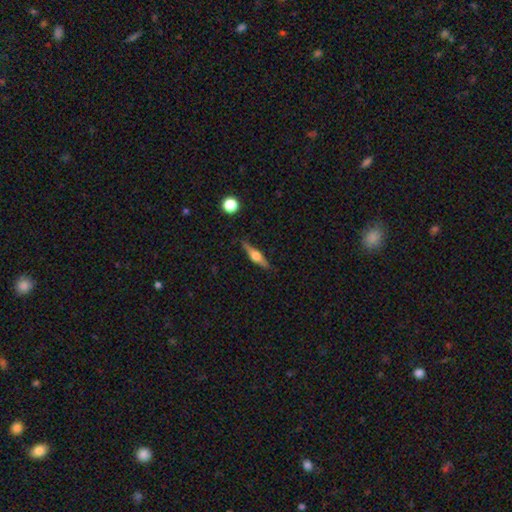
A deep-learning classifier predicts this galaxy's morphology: The model was most divided on "smooth or featured": featured or disk: 68%, smooth: 26%, star or artifact: 6%. More confident: edge-on disk — yes (97%); edge-on bulge — rounded (93%); merging — none (86%).